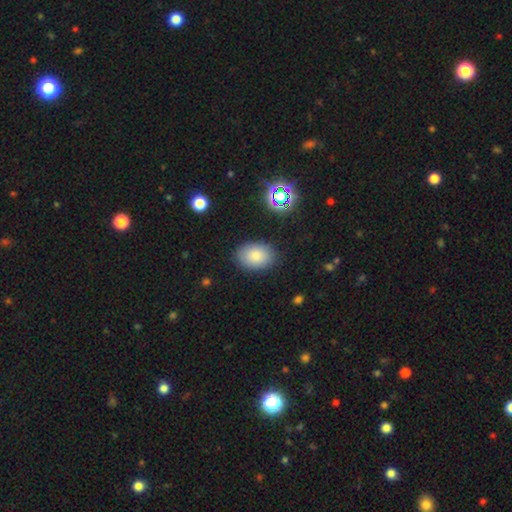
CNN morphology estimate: smooth_or_featured: smooth (p=0.82) [alt: star or artifact p=0.10]
how_rounded: in between (p=0.80) [alt: round p=0.19]
merging: none (p=0.86) [alt: minor disturbance p=0.10]